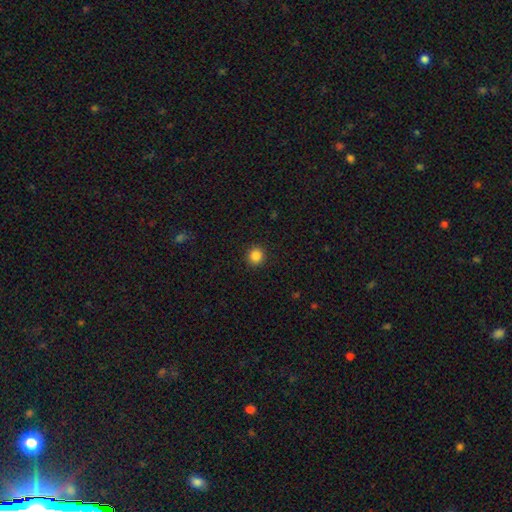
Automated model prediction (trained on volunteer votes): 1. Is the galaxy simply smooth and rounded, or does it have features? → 86% smooth, 11% star or artifact, 3% featured or disk.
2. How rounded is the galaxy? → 93% round, 7% in between, 1% cigar-shaped.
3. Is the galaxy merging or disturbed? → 92% none, 5% minor disturbance, 2% major disturbance, 1% merger.